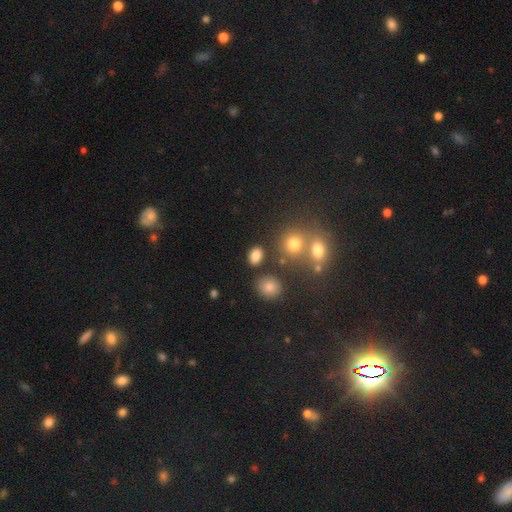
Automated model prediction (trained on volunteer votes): Morphology: type=smooth (82%); roundness=in between (77%); merging=none (79%).